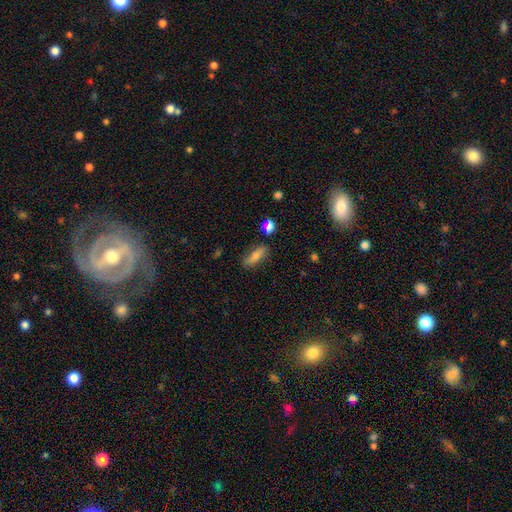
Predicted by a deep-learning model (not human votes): Smooth or featured?
  - smooth: 67% *
  - featured or disk: 22%
  - star or artifact: 11%
How rounded?
  - in between: 54% *
  - cigar-shaped: 42%
  - round: 4%
Merging?
  - none: 81% *
  - minor disturbance: 13%
  - major disturbance: 3%
  - merger: 3%